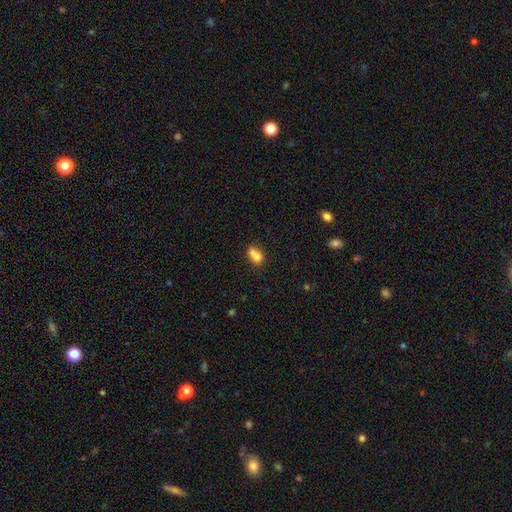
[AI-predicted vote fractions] smooth_or_featured: smooth (p=0.75) [alt: featured or disk p=0.15]
how_rounded: in between (p=0.65) [alt: round p=0.31]
merging: merger (p=0.43) [alt: none p=0.33]